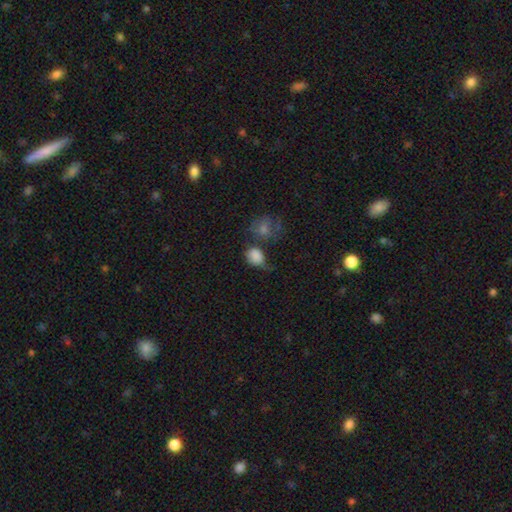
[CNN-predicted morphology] This appears to be a smooth galaxy with no disk features (83%) that is round (55%). Merging: none (38%).